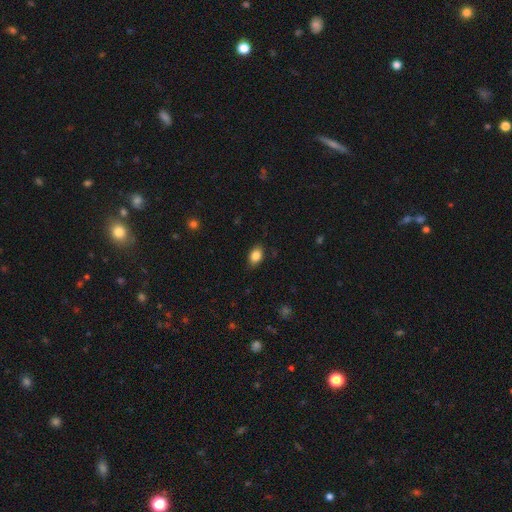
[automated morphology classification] Smooth or featured: smooth — 84% (star or artifact — 8%)
How rounded: in between — 84% (round — 14%)
Merging: none — 84% (minor disturbance — 12%)